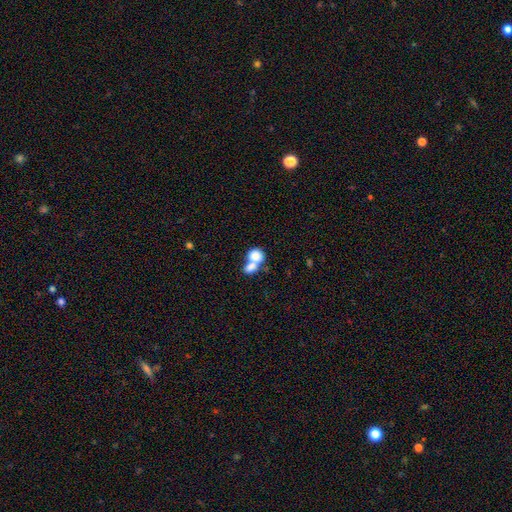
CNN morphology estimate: smooth_or_featured: smooth (p=0.78) [alt: featured or disk p=0.14]
how_rounded: round (p=0.51) [alt: in between p=0.47]
merging: merger (p=0.71) [alt: none p=0.19]